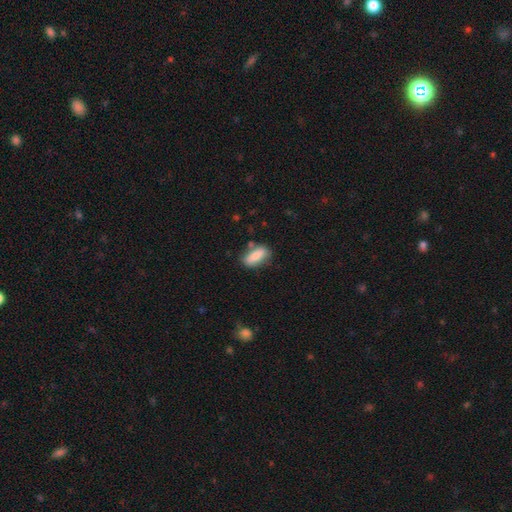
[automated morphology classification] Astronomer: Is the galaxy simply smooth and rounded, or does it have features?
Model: smooth — 81%.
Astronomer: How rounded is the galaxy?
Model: in between — 81%.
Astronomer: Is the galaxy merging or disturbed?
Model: none — 72%.